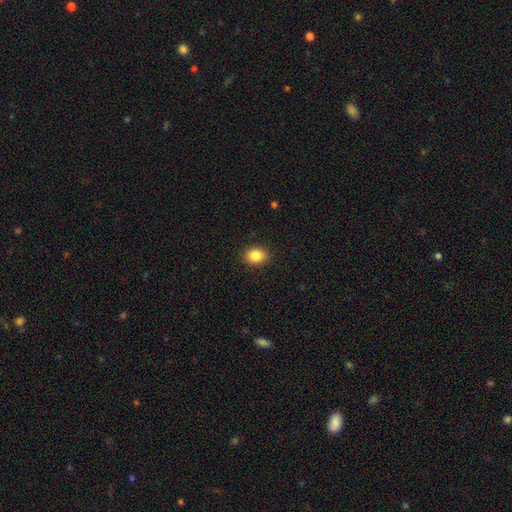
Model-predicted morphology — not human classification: smooth 86%, star or artifact 9%, featured or disk 5%. Down the decision tree: how rounded — round (52%); merging — none (90%).